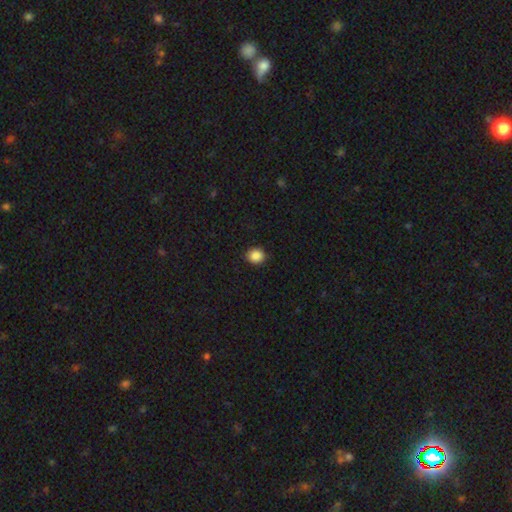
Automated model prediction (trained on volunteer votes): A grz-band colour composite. It shows a smooth galaxy with no disk features (88%) that is round (81%). Merging: none (91%).